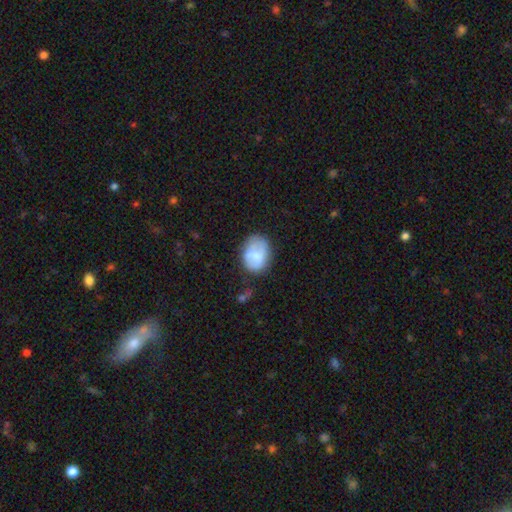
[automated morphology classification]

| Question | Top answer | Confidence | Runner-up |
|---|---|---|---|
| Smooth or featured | smooth | 66% | featured or disk (26%) |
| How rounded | in between | 64% | round (35%) |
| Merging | none | 56% | minor disturbance (29%) |